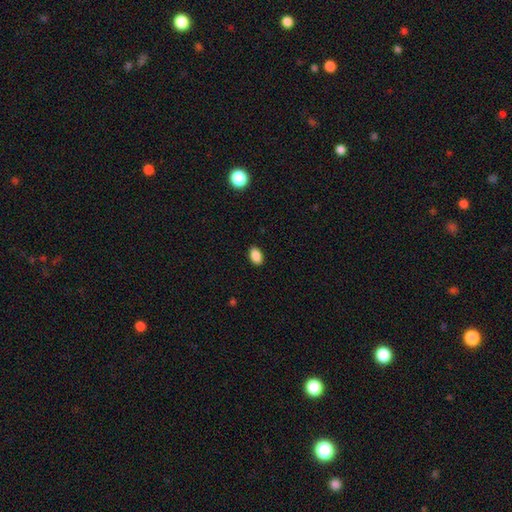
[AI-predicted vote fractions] This is clearly a smooth galaxy (89%). How rounded: clearly in between (91%). Merging: clearly none (89%).